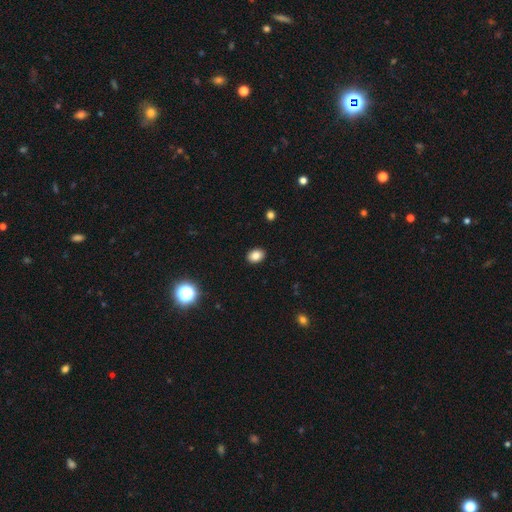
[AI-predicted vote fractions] A smooth galaxy with no disk features (84%) that is in between round and cigar-shaped (69%). Merging: none (91%).